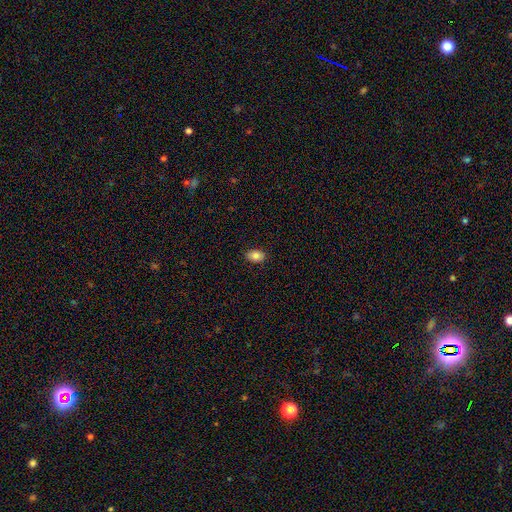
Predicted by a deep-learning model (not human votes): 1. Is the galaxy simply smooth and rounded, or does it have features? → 85% smooth, 8% star or artifact, 7% featured or disk.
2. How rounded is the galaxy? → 84% in between, 15% round, 1% cigar-shaped.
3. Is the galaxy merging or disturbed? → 88% none, 9% minor disturbance, 2% major disturbance, 1% merger.